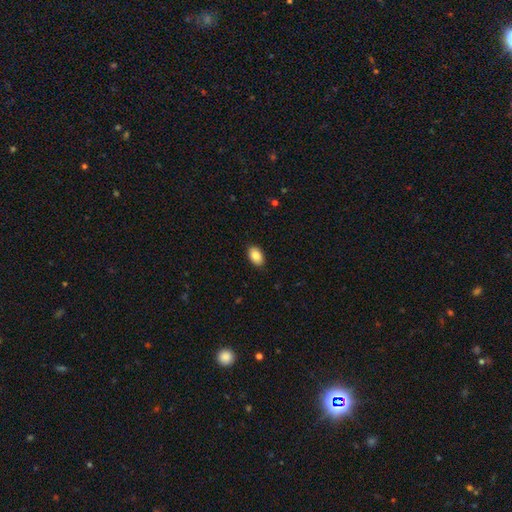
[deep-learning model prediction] A smooth galaxy with no disk features (88%) that is in between round and cigar-shaped (91%). Merging: none (89%).